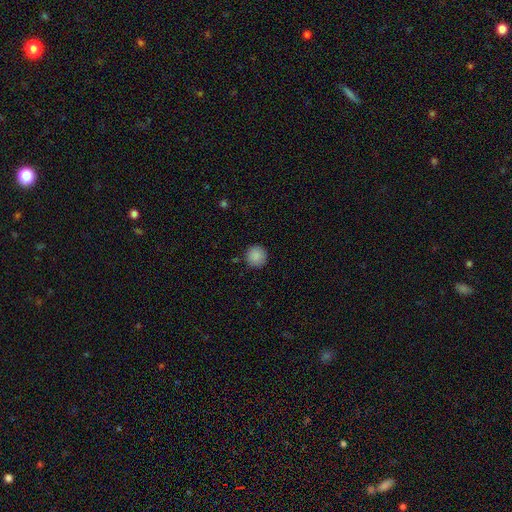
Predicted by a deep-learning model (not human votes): Morphology: type=smooth (88%); roundness=round (95%); merging=none (89%).